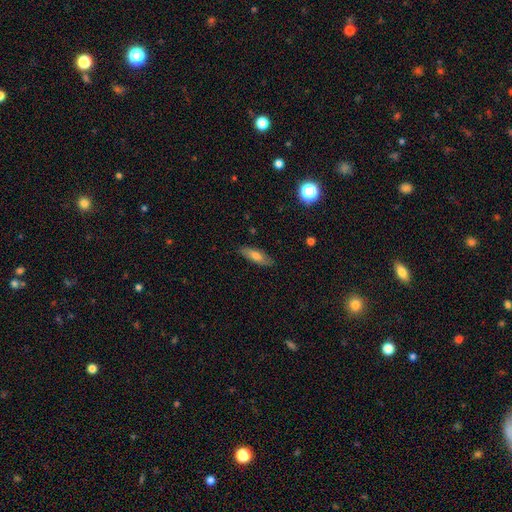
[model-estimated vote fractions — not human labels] Morphology: type=smooth (72%); roundness=in between (58%); merging=none (85%).